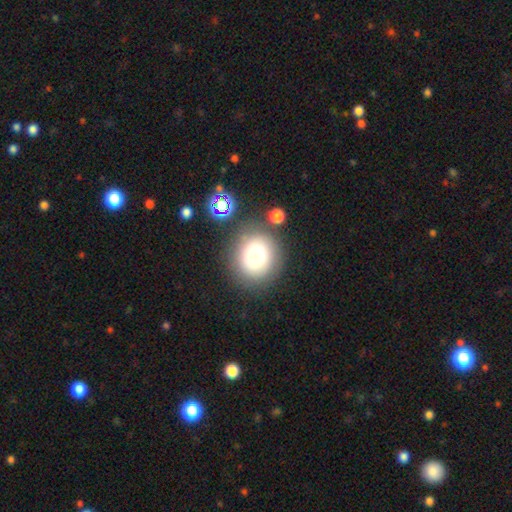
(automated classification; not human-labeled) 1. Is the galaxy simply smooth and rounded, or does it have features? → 78% smooth, 12% star or artifact, 10% featured or disk.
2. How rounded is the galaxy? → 83% round, 16% in between, 1% cigar-shaped.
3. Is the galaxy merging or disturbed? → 77% none, 11% minor disturbance, 7% merger, 5% major disturbance.